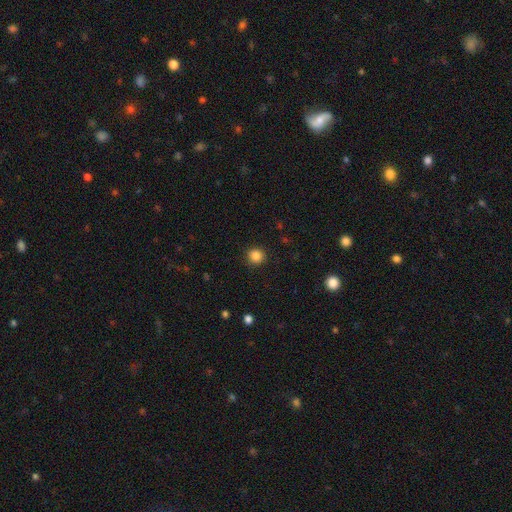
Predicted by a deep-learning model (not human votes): Q: Smooth or featured?
A: smooth (86%); runner-up: star or artifact (11%)
Q: How rounded?
A: round (91%); runner-up: in between (8%)
Q: Merging?
A: none (90%); runner-up: minor disturbance (6%)